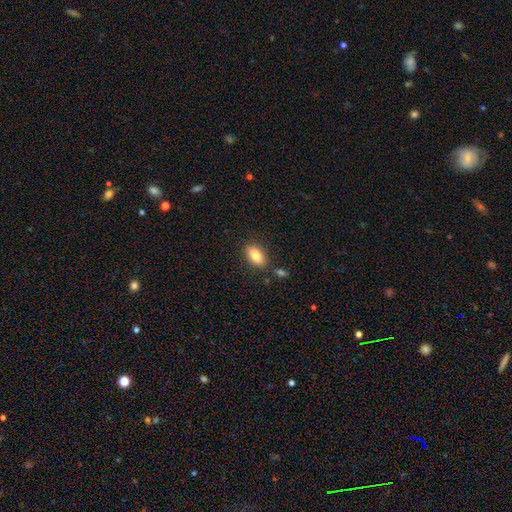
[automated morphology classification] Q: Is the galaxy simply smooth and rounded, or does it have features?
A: smooth — 82%.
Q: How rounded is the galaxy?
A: in between — 90%.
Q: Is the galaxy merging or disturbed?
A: none — 83%.